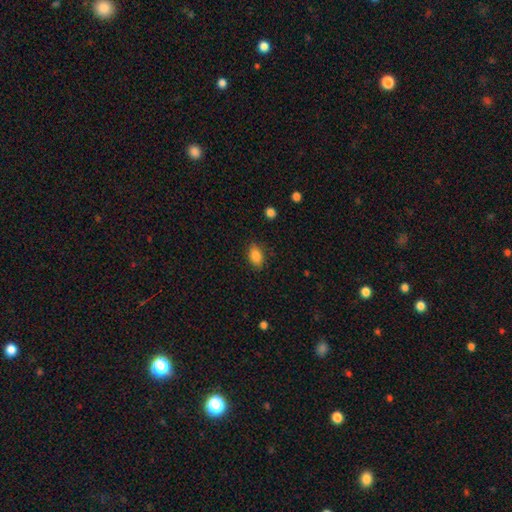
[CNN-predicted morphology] Smooth or featured? smooth (87%)
How rounded? in between (86%)
Merging? none (82%)